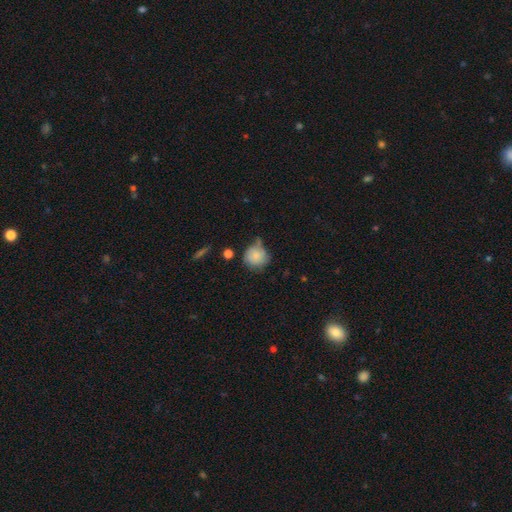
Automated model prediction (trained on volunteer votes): Q: Smooth or featured?
A: smooth (80%); runner-up: featured or disk (12%)
Q: How rounded?
A: round (86%); runner-up: in between (13%)
Q: Merging?
A: none (48%); runner-up: minor disturbance (34%)